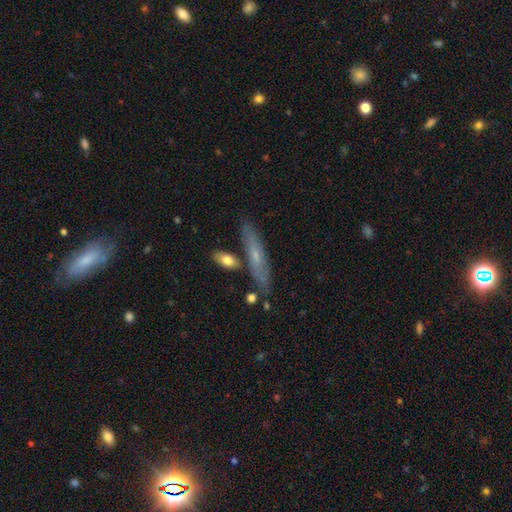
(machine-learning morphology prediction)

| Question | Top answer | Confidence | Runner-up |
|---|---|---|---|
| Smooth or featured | smooth | 48% | featured or disk (45%) |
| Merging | none | 78% | minor disturbance (13%) |